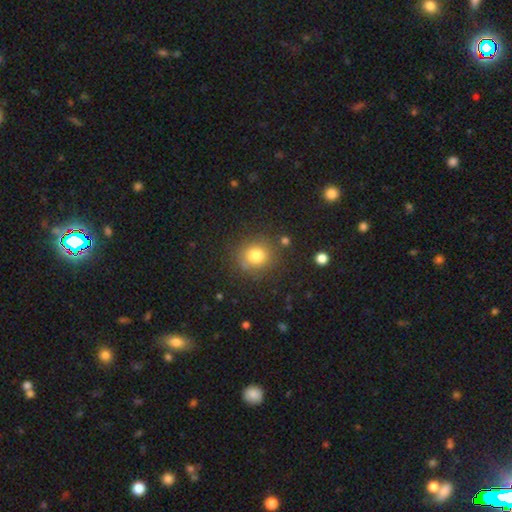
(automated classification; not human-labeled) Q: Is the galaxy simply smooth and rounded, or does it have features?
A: smooth — 78%.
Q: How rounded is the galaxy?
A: round — 87%.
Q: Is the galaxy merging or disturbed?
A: none — 83%.